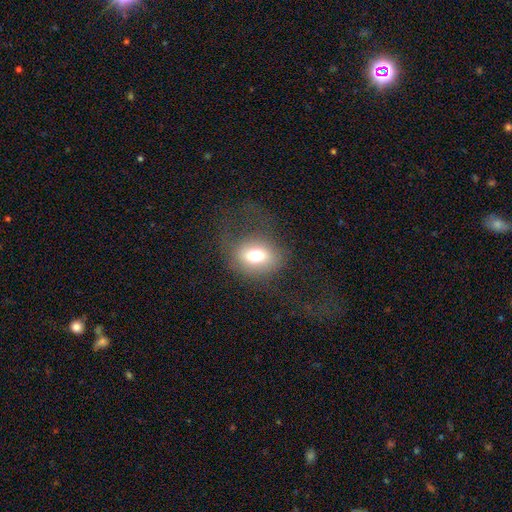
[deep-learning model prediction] smooth 68%, featured or disk 19%, star or artifact 13%. Down the decision tree: how rounded — in between (53%); merging — none (55%).